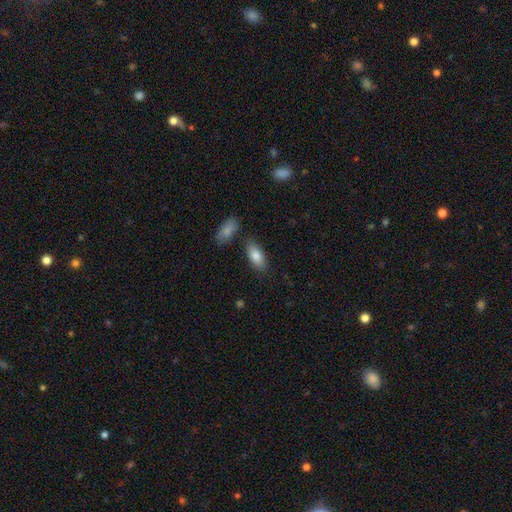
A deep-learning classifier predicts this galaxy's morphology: type=smooth (83%); roundness=in between (89%); merging=none (80%).